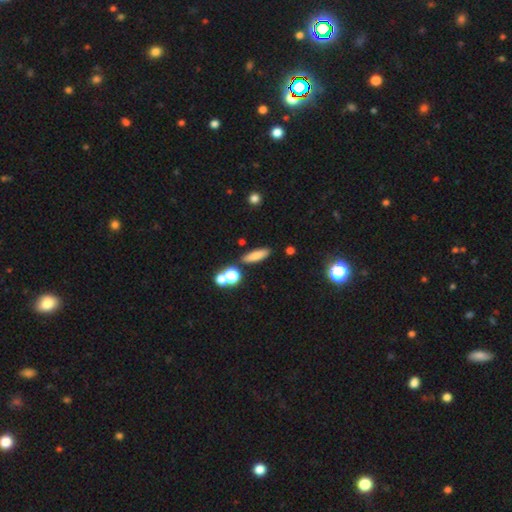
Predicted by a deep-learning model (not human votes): A smooth galaxy with no disk features (77%) that is cigar-shaped (56%). Merging: none (81%).